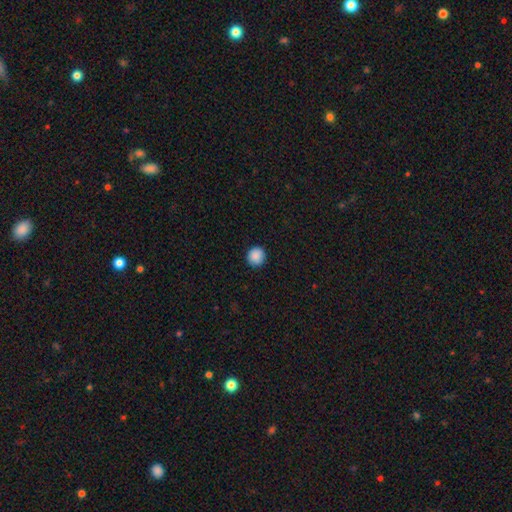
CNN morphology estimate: A smooth galaxy with no disk features (89%) that is round (93%).

Vote fractions:
- Smooth or featured? smooth: 89% / star or artifact: 9% / featured or disk: 3%
- How rounded? round: 93% / in between: 6% / cigar-shaped: 1%
- Merging? none: 92% / minor disturbance: 6% / major disturbance: 2% / merger: 1%